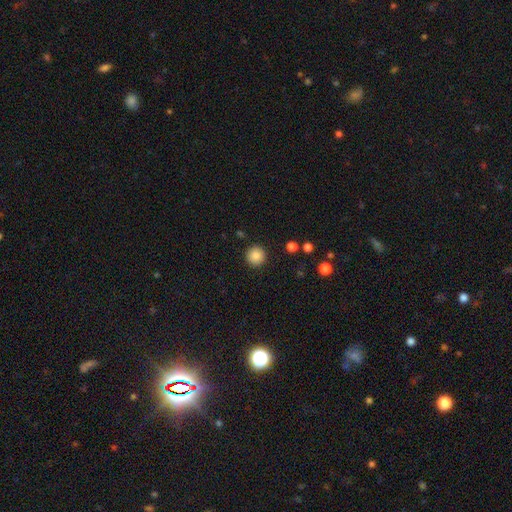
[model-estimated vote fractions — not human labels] Smooth or featured? smooth (86%)
How rounded? round (95%)
Merging? none (92%)